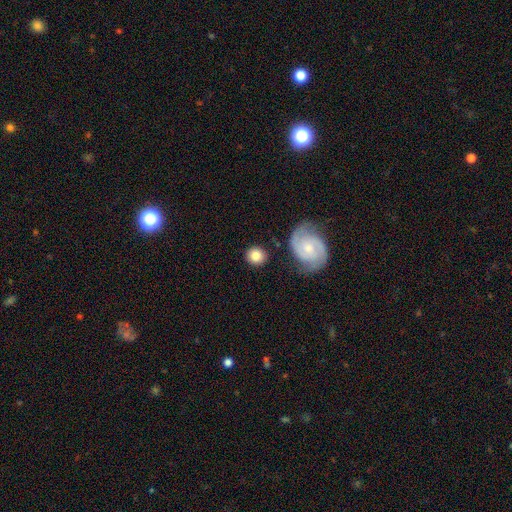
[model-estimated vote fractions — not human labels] The model was most divided on "smooth or featured": smooth: 77%, featured or disk: 16%, star or artifact: 7%. More confident: how rounded — round (87%); merging — none (83%).